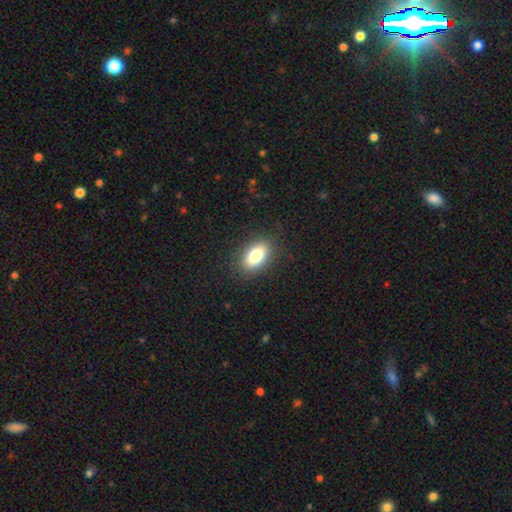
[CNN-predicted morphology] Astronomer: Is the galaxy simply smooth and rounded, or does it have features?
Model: smooth — 81%.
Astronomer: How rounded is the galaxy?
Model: in between — 89%.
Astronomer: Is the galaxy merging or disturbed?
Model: none — 87%.